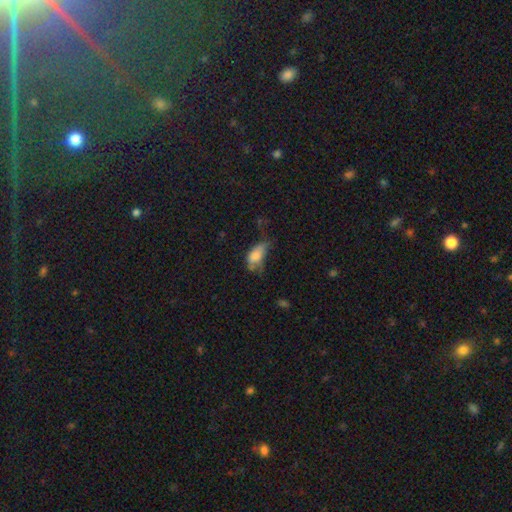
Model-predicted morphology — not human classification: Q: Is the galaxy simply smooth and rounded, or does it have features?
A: smooth — 70%.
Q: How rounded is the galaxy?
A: in between — 89%.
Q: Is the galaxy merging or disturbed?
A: major disturbance — 41%.